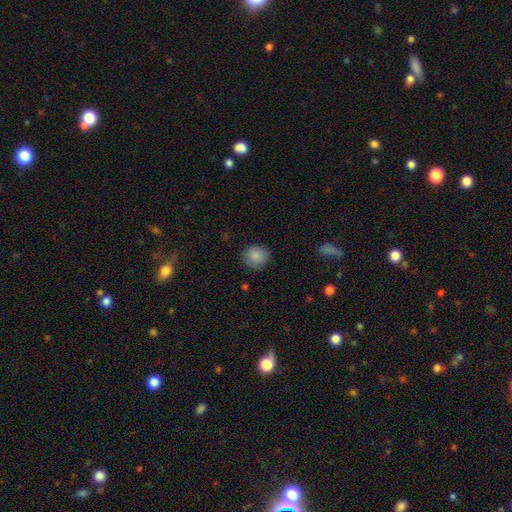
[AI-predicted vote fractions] smooth 88%, star or artifact 8%, featured or disk 4%. Down the decision tree: how rounded — round (89%); merging — none (87%).